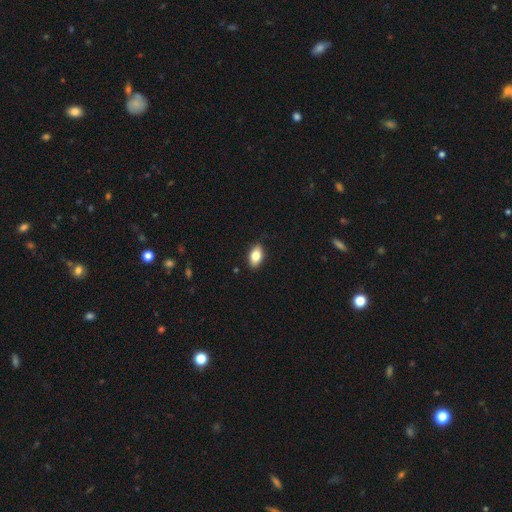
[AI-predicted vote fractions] Overall: smooth (80%). How rounded: in between (90%). Merging: none (88%).